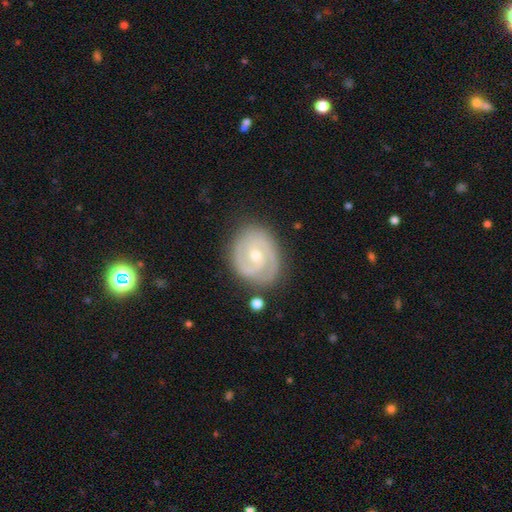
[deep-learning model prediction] smooth_or_featured: featured or disk (p=0.85) [alt: smooth p=0.10]
disk_edge_on: no (p=0.98) [alt: yes p=0.02]
bar: no (p=0.57) [alt: weak p=0.36]
has_spiral_arms: yes (p=0.96) [alt: no p=0.04]
spiral_winding: tight (p=0.64) [alt: medium p=0.31]
spiral_arm_count: 2 (p=0.72) [alt: 3 p=0.11]
bulge_size: small (p=0.49) [alt: moderate p=0.48]
merging: none (p=0.81) [alt: minor disturbance p=0.14]